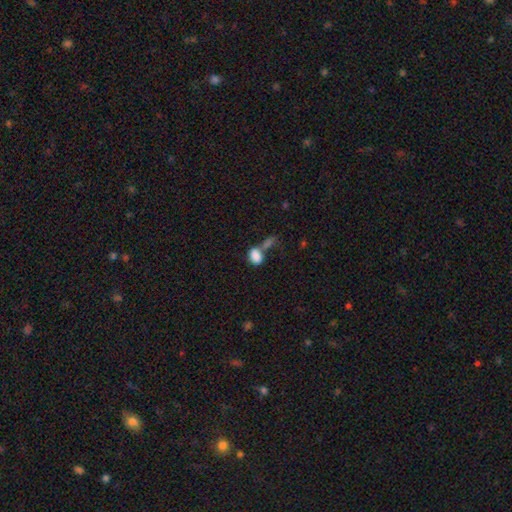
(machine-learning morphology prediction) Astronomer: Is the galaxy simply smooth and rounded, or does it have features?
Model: smooth — 83%.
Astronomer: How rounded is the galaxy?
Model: in between — 82%.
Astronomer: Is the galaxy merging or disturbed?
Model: merger — 54%.